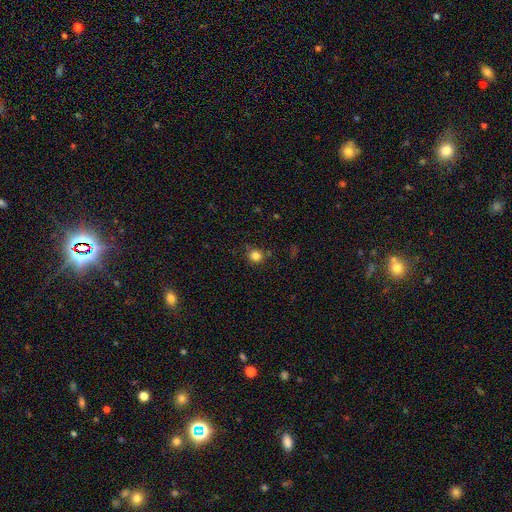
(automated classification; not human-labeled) This appears to be a smooth galaxy with no disk features (82%) that is round (88%). Merging: none (82%).